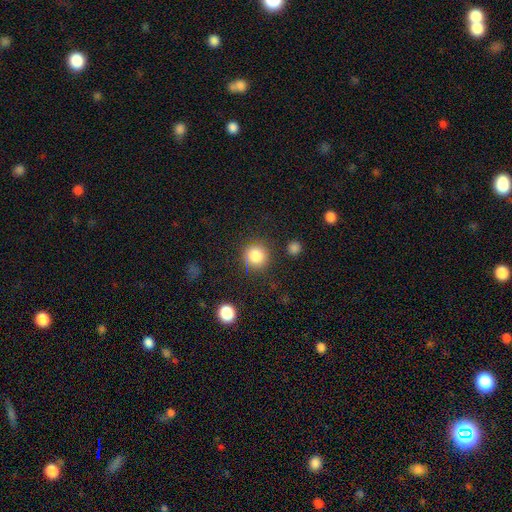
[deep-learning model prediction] smooth-or-featured: smooth: 83% | star or artifact: 10% | featured or disk: 6%
  how-rounded: round: 93% | in between: 6% | cigar-shaped: 1%
  merging: none: 85% | minor disturbance: 9% | major disturbance: 4% | merger: 2%